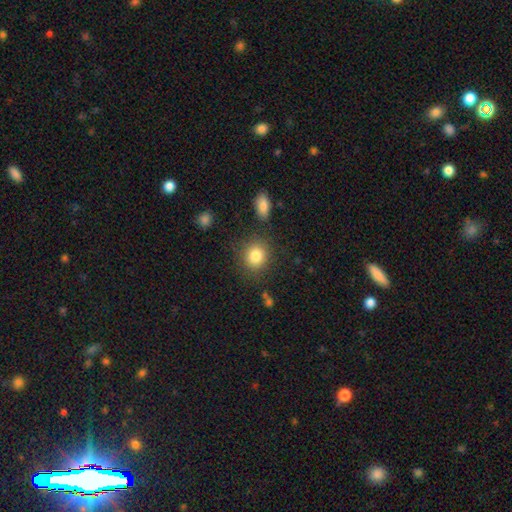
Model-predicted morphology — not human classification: This appears to be a smooth galaxy with no disk features (84%) that is round (78%). Merging: none (81%).